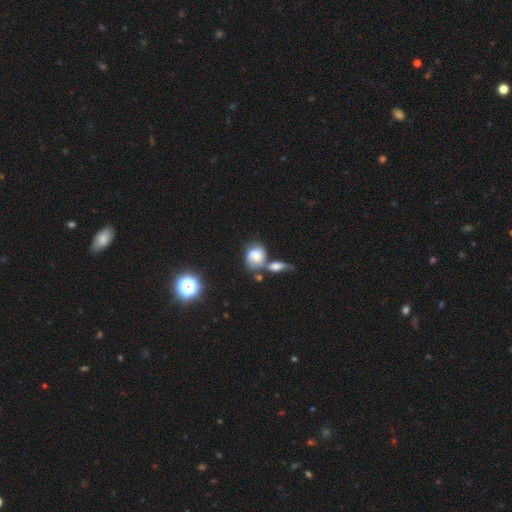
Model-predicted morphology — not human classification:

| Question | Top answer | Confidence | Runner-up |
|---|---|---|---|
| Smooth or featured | smooth | 47% | featured or disk (42%) |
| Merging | merger | 43% | none (30%) |